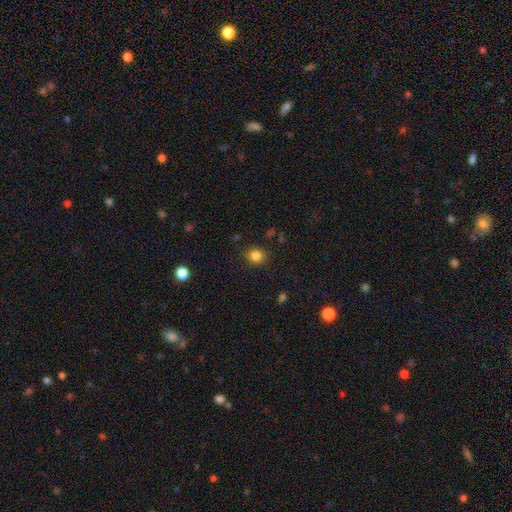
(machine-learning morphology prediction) smooth_or_featured: smooth (p=0.83) [alt: star or artifact p=0.12]
how_rounded: round (p=0.77) [alt: in between p=0.22]
merging: none (p=0.87) [alt: minor disturbance p=0.09]